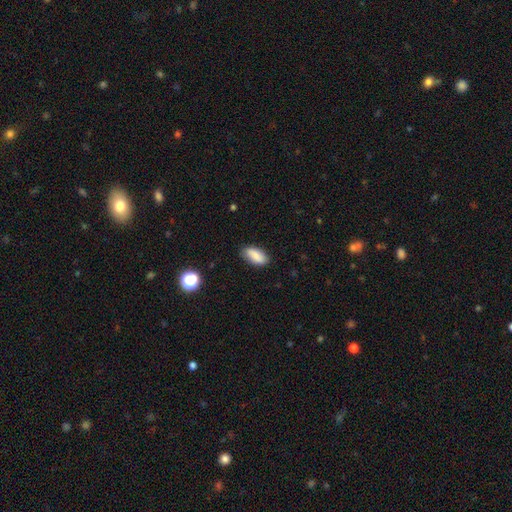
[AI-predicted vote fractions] The model was most divided on "merging": none: 81%, minor disturbance: 15%, major disturbance: 3%, merger: 1%. More confident: how rounded — in between (89%); smooth or featured — smooth (84%).